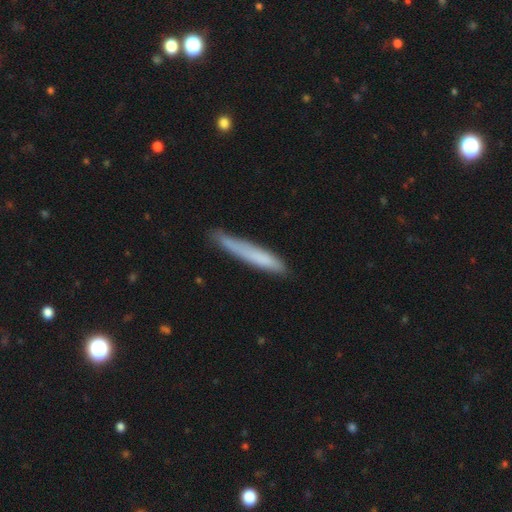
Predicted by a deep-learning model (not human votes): smooth 70%, featured or disk 23%, star or artifact 7%. Down the decision tree: how rounded — cigar-shaped (95%); merging — none (74%).